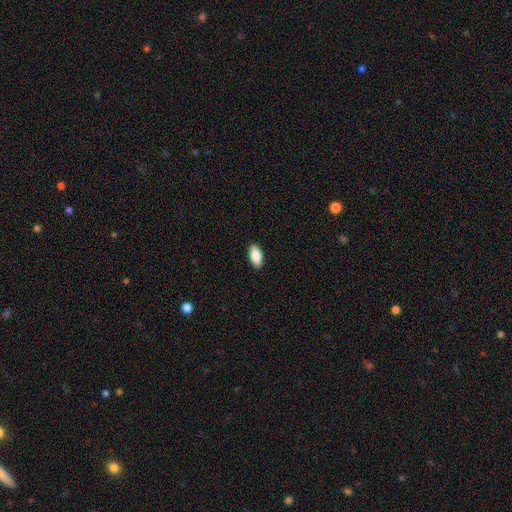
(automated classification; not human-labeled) Smooth or featured: smooth — 85% (featured or disk — 9%)
How rounded: in between — 89% (cigar-shaped — 8%)
Merging: none — 90% (minor disturbance — 7%)